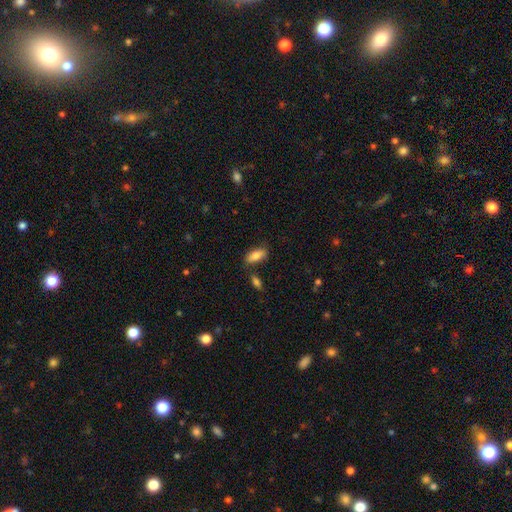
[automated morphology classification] smooth-or-featured: smooth: 82% | featured or disk: 11% | star or artifact: 7%
  how-rounded: in between: 83% | cigar-shaped: 15% | round: 2%
  merging: none: 77% | minor disturbance: 14% | merger: 6% | major disturbance: 3%